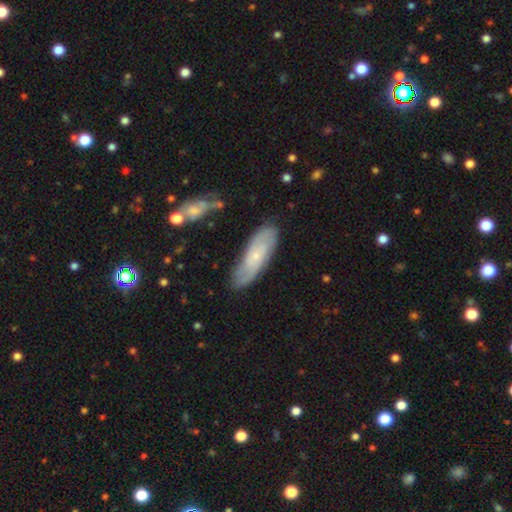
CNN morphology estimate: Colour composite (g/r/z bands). It shows a featured or disk galaxy (52%). Merging: none (77%).